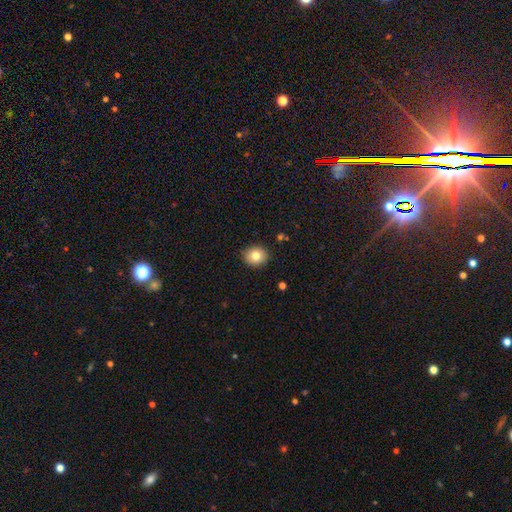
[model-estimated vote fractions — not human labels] Morphology: type=smooth (80%); roundness=round (75%); merging=none (89%).